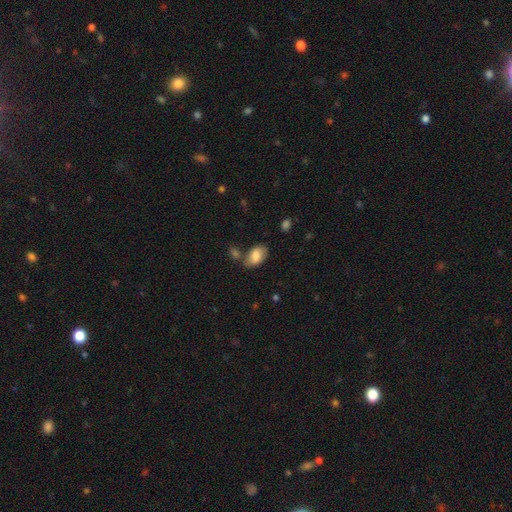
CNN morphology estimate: type=smooth (79%); roundness=in between (92%); merging=none (60%).